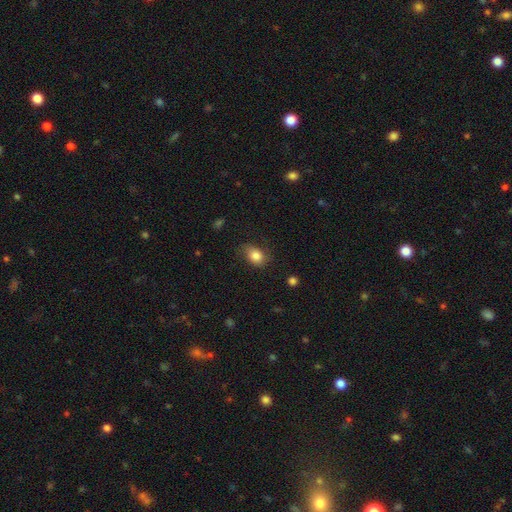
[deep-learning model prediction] A smooth galaxy with no disk features (83%) that is in between round and cigar-shaped (68%).

Vote fractions:
- Smooth or featured? smooth: 83% / star or artifact: 9% / featured or disk: 8%
- How rounded? in between: 68% / round: 31% / cigar-shaped: 1%
- Merging? none: 68% / minor disturbance: 24% / major disturbance: 7% / merger: 1%